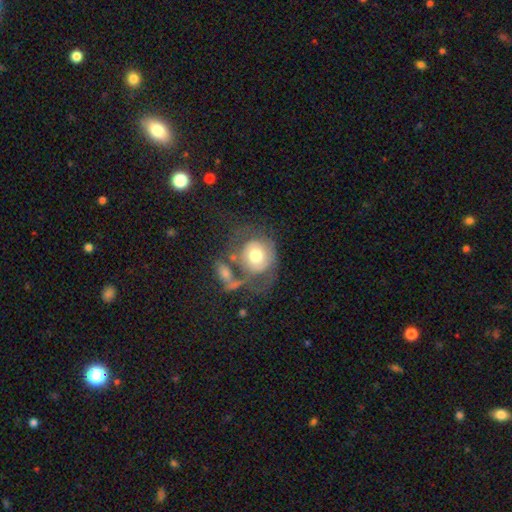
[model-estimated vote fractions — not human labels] A smooth galaxy with no disk features (55%) that is round (79%). Merging: none (32%).